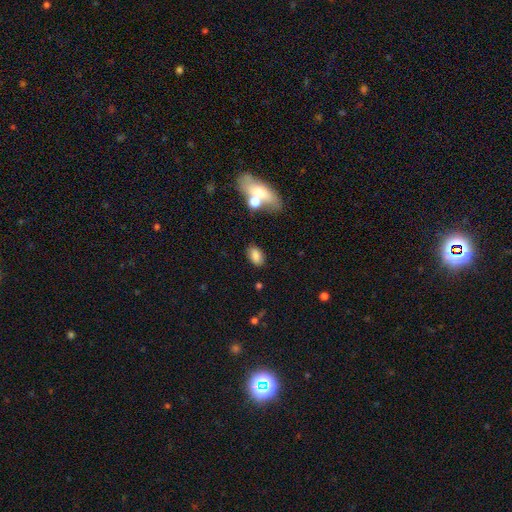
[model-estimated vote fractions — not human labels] Overall: smooth (82%). How rounded: in between (90%). Merging: none (79%).